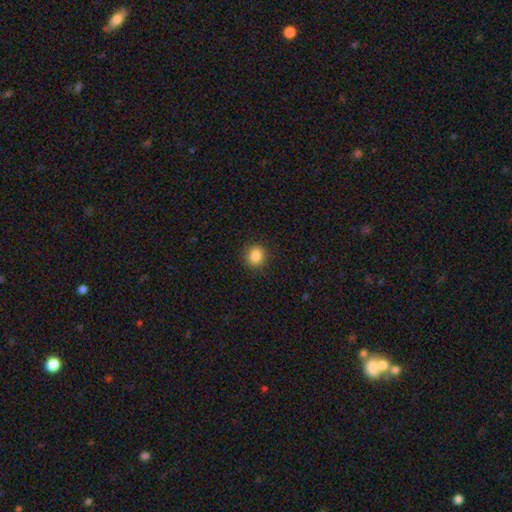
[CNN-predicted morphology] Overall: smooth (86%). How rounded: round (78%). Merging: none (90%).